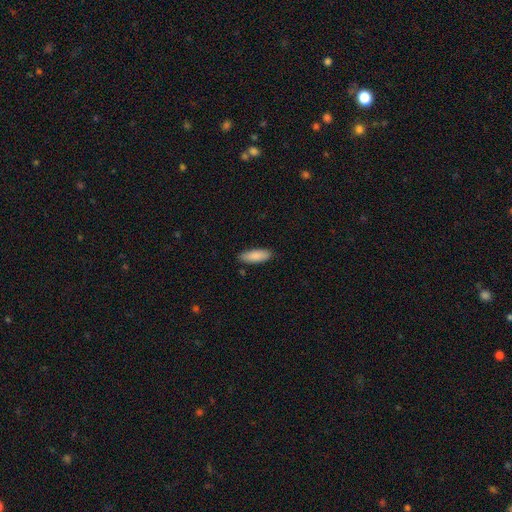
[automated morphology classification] type=smooth (88%); roundness=in between (64%); merging=none (87%).